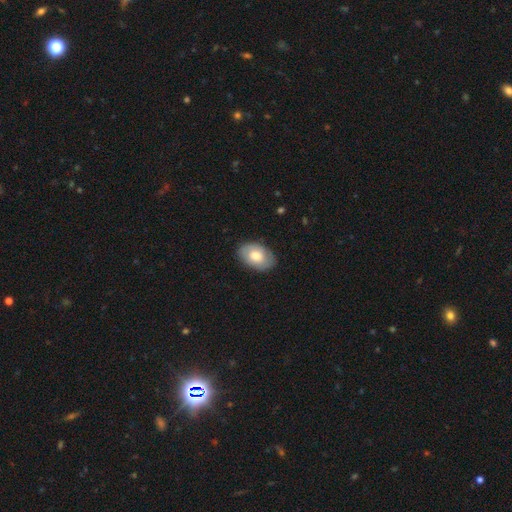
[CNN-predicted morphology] Smooth or featured? Predicted: smooth (p=0.68). How rounded? Predicted: in between (p=0.89). Merging? Predicted: none (p=0.84).